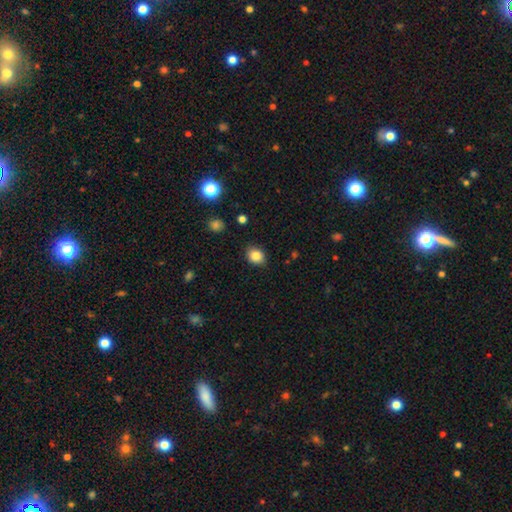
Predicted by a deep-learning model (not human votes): This appears to be a smooth galaxy with no disk features (84%) that is round (60%). Merging: none (85%).